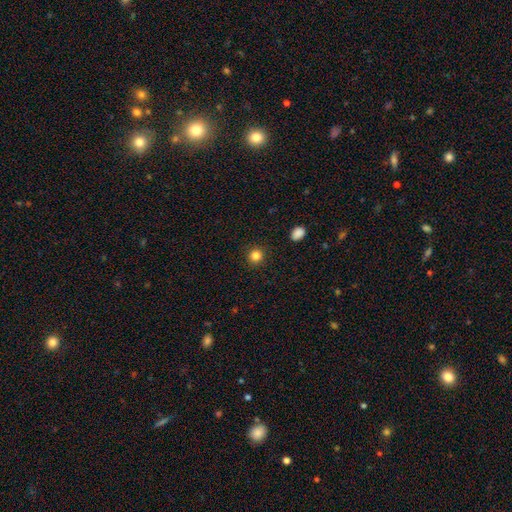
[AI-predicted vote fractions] Smooth or featured? smooth (84%)
How rounded? round (93%)
Merging? none (92%)